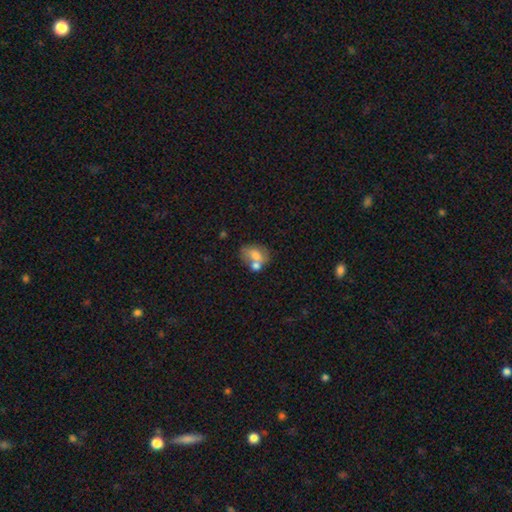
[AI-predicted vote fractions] A smooth galaxy with no disk features (67%) that is in between round and cigar-shaped (69%). Merging: merger (40%).